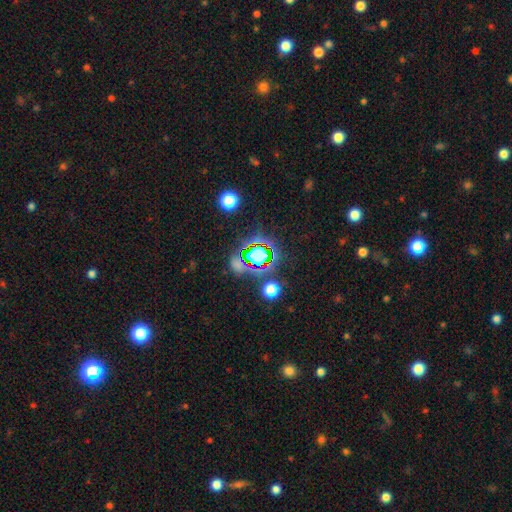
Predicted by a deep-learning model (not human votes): Overall: star or artifact (77%).